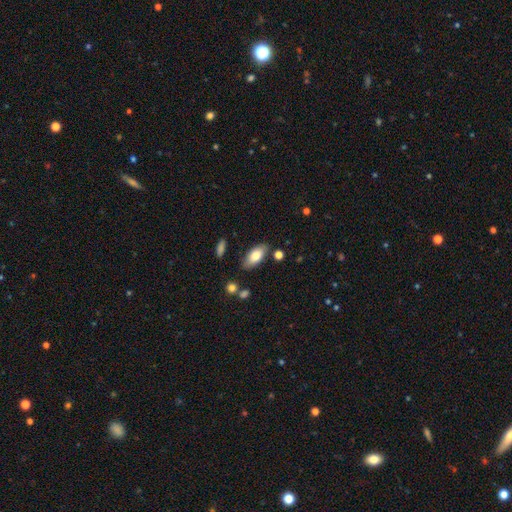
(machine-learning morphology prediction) Overall: smooth (77%). How rounded: in between (90%). Merging: none (80%).